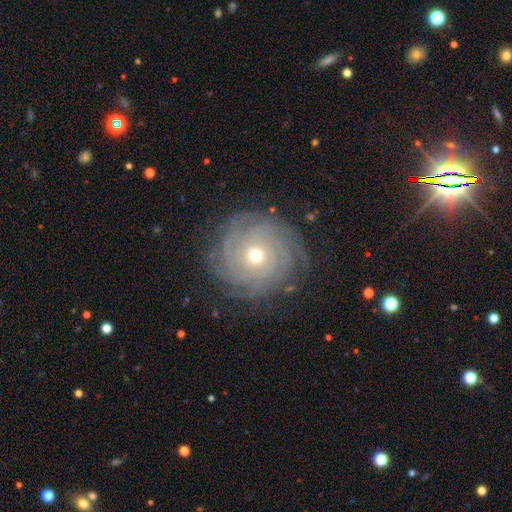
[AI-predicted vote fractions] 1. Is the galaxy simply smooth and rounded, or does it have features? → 85% featured or disk, 8% smooth, 7% star or artifact.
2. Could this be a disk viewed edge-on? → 97% no, 3% yes.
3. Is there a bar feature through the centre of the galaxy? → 82% no, 14% weak, 4% strong.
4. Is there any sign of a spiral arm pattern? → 97% yes, 3% no.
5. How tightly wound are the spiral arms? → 85% tight, 12% medium, 3% loose.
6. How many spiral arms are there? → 27% more than 4, 26% can't tell, 20% 4, 12% 3, 8% 2, 7% 1.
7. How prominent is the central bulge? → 53% small, 44% moderate, 2% large, 1% dominant, 1% none.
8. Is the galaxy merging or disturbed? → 83% none, 11% minor disturbance, 4% major disturbance, 1% merger.